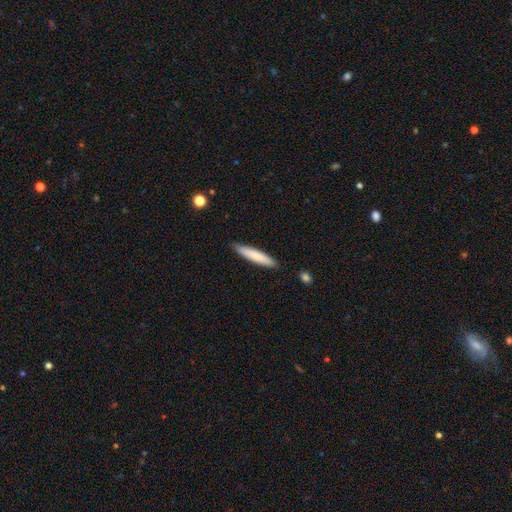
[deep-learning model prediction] smooth 80%, featured or disk 15%, star or artifact 5%. Down the decision tree: how rounded — cigar-shaped (87%); merging — none (87%).